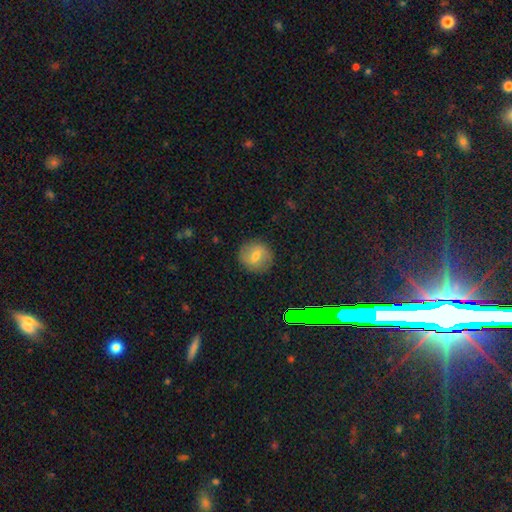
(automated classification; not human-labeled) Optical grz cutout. It shows a smooth galaxy with no disk features (62%) that is round (89%). Merging: none (87%).